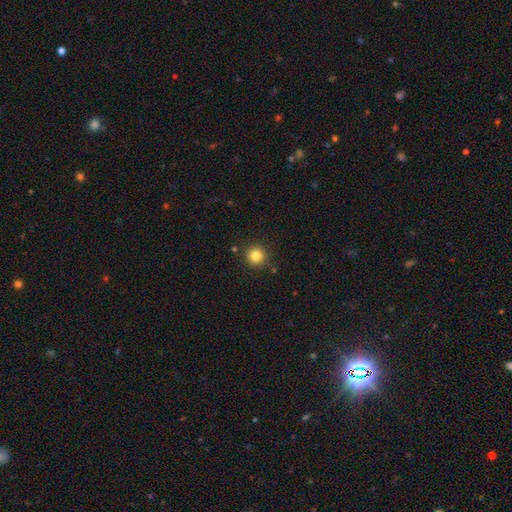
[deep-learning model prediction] smooth 83%, star or artifact 12%, featured or disk 5%. Down the decision tree: how rounded — round (95%); merging — none (89%).